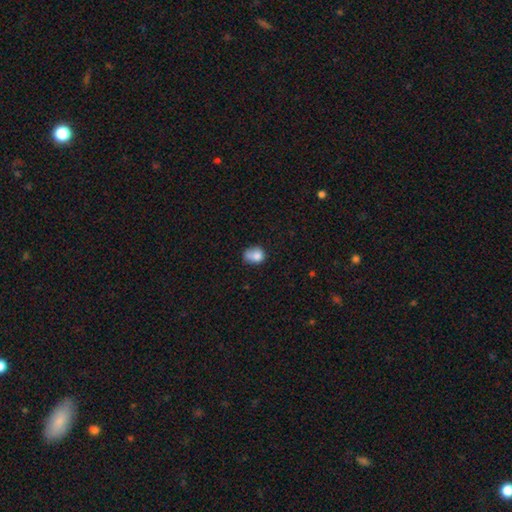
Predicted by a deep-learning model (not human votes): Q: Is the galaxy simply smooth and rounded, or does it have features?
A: smooth — 78%.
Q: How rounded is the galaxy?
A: round — 56%.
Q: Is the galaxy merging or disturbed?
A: none — 37%.